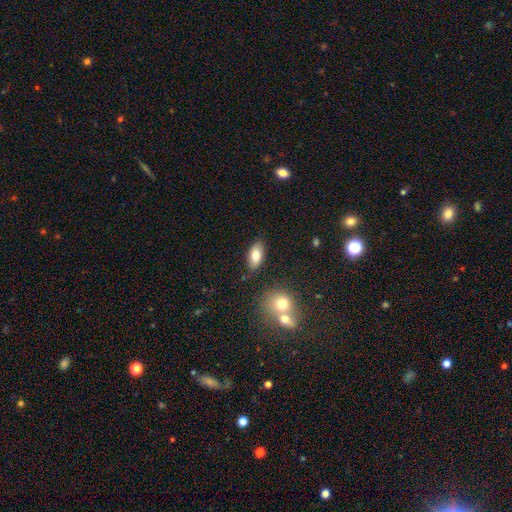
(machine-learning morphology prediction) smooth_or_featured: smooth (p=0.78) [alt: featured or disk p=0.14]
how_rounded: in between (p=0.91) [alt: cigar-shaped p=0.05]
merging: none (p=0.83) [alt: minor disturbance p=0.10]